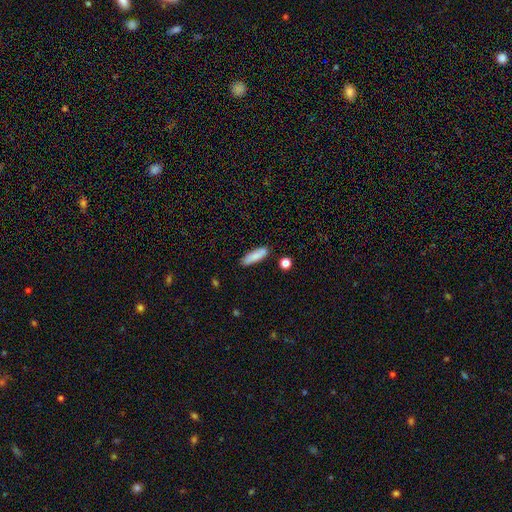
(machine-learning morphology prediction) This is clearly a smooth galaxy (85%). How rounded: likely cigar-shaped (61%). Merging: clearly none (83%).